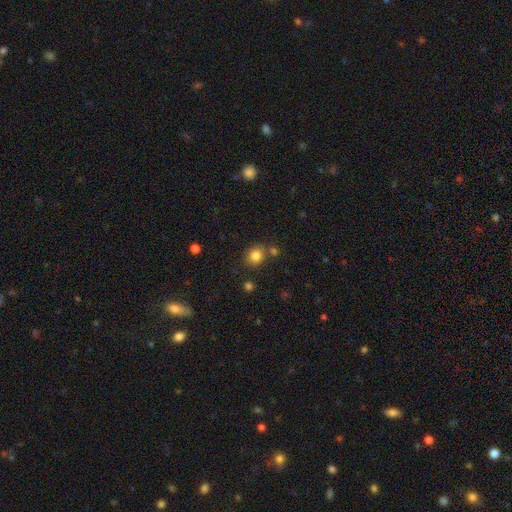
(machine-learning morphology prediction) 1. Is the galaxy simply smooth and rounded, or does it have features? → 83% smooth, 11% star or artifact, 6% featured or disk.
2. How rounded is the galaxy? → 78% round, 21% in between, 1% cigar-shaped.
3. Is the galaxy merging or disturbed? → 76% none, 11% minor disturbance, 10% merger, 3% major disturbance.